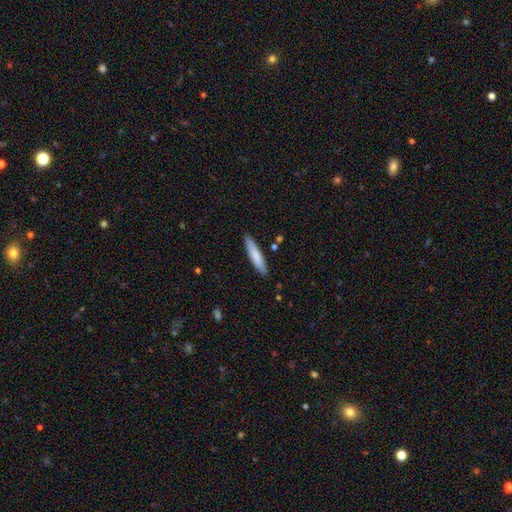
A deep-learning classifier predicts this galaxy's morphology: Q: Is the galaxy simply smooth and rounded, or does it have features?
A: smooth — 80%.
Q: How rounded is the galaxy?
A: cigar-shaped — 84%.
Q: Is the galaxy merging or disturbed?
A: none — 87%.